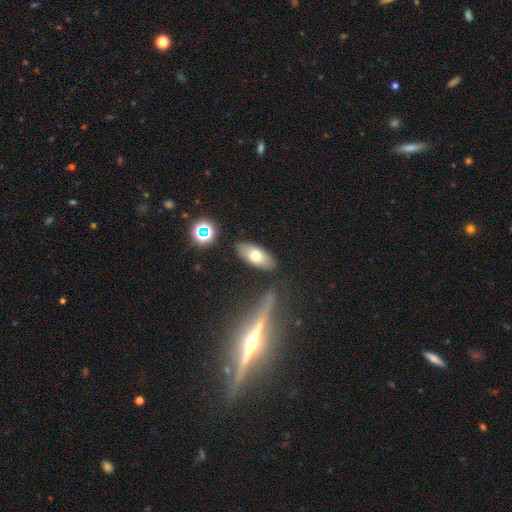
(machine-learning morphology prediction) Overall: smooth (71%). How rounded: in between (86%). Merging: none (83%).